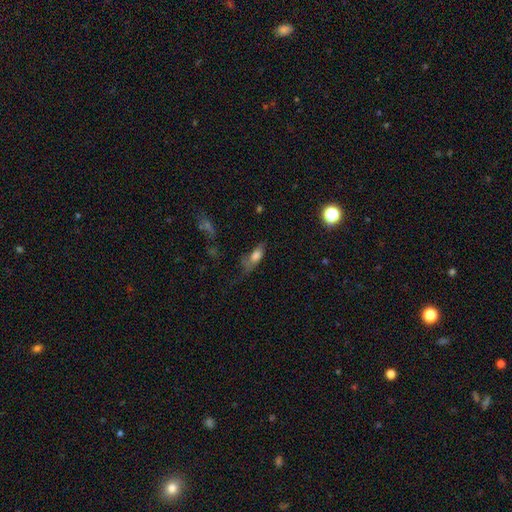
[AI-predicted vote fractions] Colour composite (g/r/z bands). It shows a smooth galaxy with no disk features (71%) that is in between round and cigar-shaped (77%). Merging: none (36%).